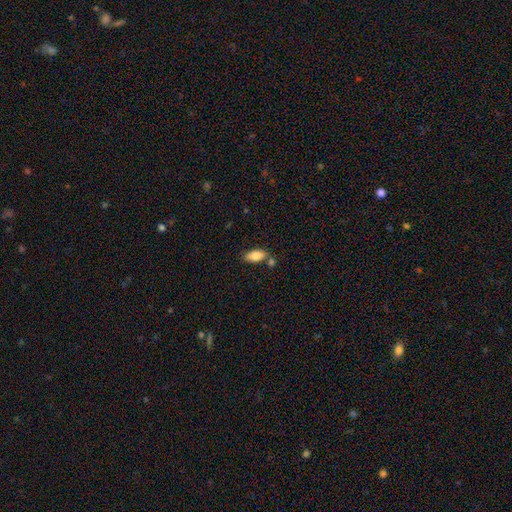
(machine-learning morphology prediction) Q: Smooth or featured?
A: smooth (83%); runner-up: featured or disk (10%)
Q: How rounded?
A: in between (89%); runner-up: cigar-shaped (9%)
Q: Merging?
A: none (70%); runner-up: merger (14%)